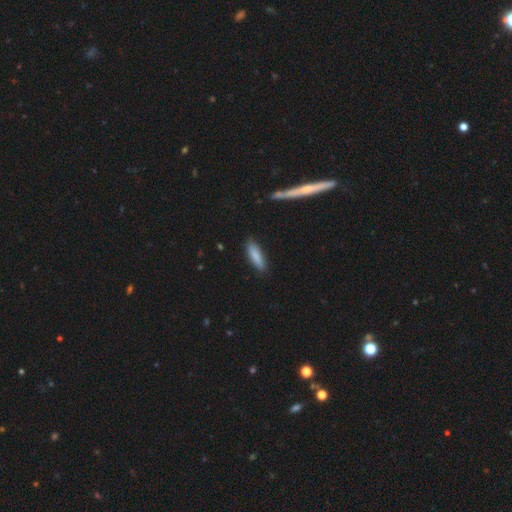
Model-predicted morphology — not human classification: Smooth or featured?
  - smooth: 85% *
  - featured or disk: 9%
  - star or artifact: 6%
How rounded?
  - cigar-shaped: 61% *
  - in between: 38%
  - round: 1%
Merging?
  - none: 86% *
  - minor disturbance: 11%
  - major disturbance: 2%
  - merger: 2%